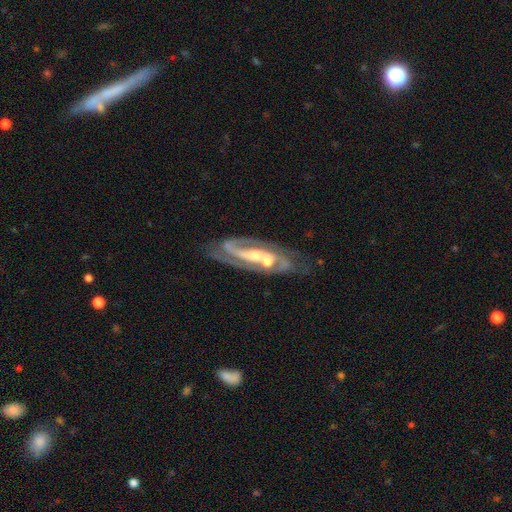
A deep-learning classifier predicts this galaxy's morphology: The model was most divided on "bulge size" (2-way tie): small: 46%, moderate: 46%, large: 3%, none: 3%, dominant: 1%. Remaining: spiral arms — yes (97%); edge-on disk — no (91%); smooth or featured — featured or disk (90%); spiral arm count — 2 (82%); merging — none (63%); spiral winding — medium (49%); bar — weak (35%).